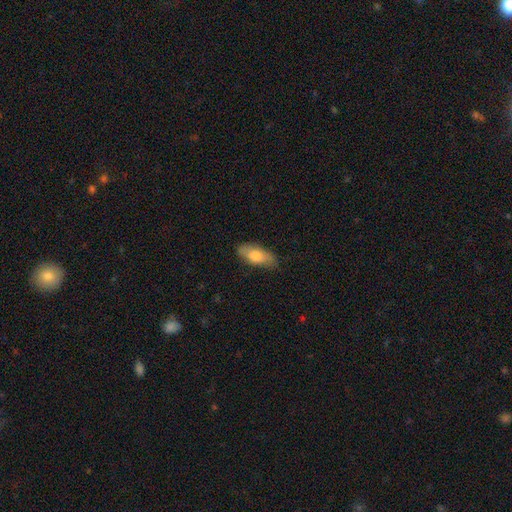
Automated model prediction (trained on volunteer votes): smooth 74%, featured or disk 20%, star or artifact 6%. Down the decision tree: how rounded — in between (80%); merging — none (79%).